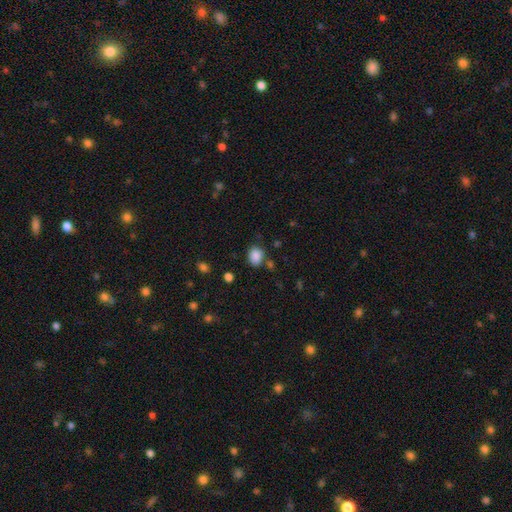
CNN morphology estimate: Smooth or featured: smooth — 86% (star or artifact — 10%)
How rounded: in between — 52% (round — 47%)
Merging: none — 71% (minor disturbance — 18%)